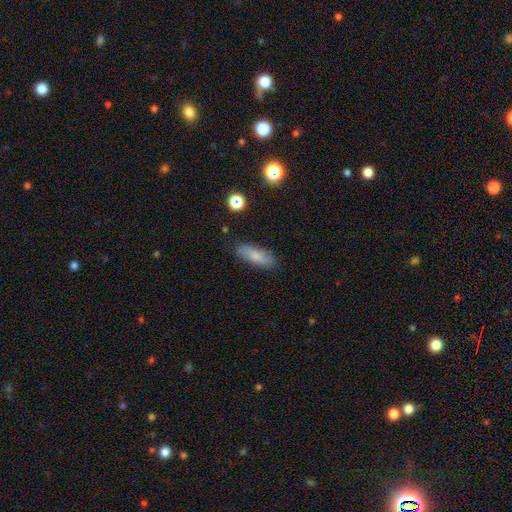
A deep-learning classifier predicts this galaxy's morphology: Smooth or featured: smooth — 76% (featured or disk — 16%)
How rounded: in between — 56% (cigar-shaped — 42%)
Merging: none — 83% (minor disturbance — 13%)